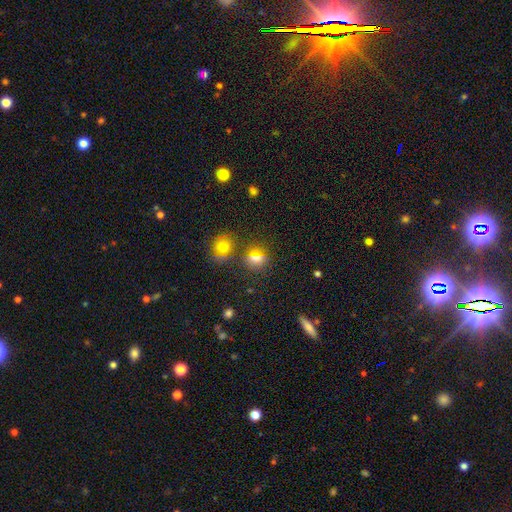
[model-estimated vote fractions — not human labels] This appears to be a smooth galaxy with no disk features (67%) that is round (69%). Merging: none (76%).